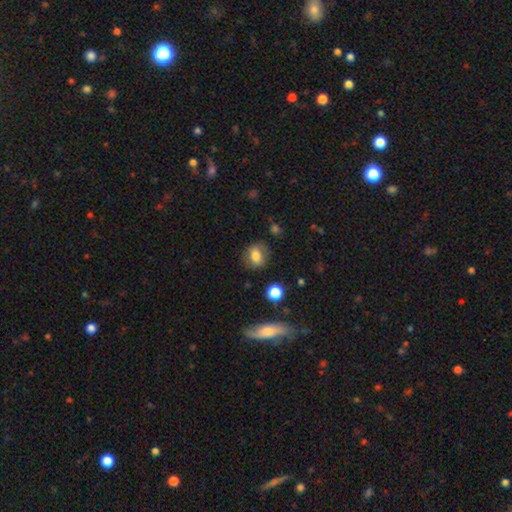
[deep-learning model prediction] A smooth galaxy with no disk features (76%) that is round (50%).

Vote fractions:
- Smooth or featured? smooth: 76% / featured or disk: 14% / star or artifact: 10%
- How rounded? round: 50% / in between: 48% / cigar-shaped: 2%
- Merging? none: 76% / minor disturbance: 16% / major disturbance: 6% / merger: 2%